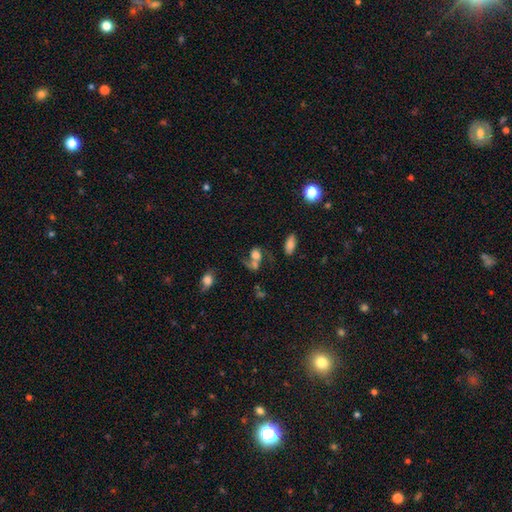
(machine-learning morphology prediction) Smooth or featured? Predicted: smooth (p=0.45). Merging? Predicted: merger (p=0.46).